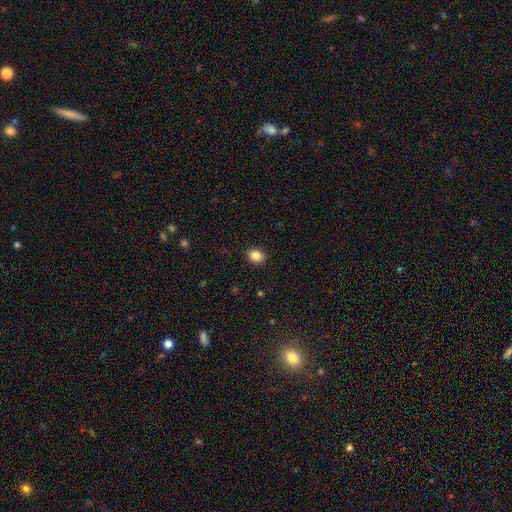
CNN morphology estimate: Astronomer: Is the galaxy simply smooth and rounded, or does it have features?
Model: smooth — 85%.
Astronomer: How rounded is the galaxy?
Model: round — 53% (runner-up: in between, 46%).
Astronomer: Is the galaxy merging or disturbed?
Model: none — 90%.